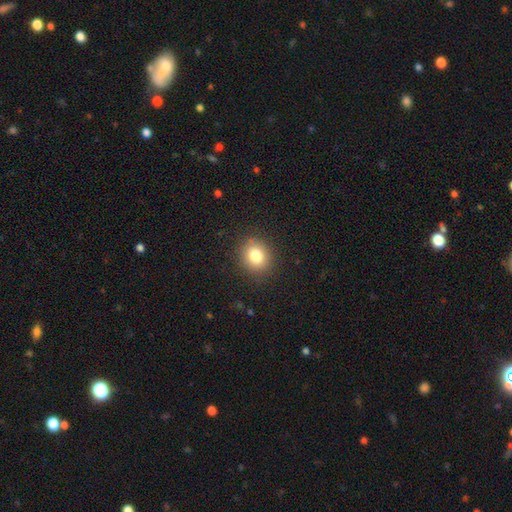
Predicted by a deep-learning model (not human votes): smooth_or_featured: smooth (p=0.80) [alt: star or artifact p=0.11]
how_rounded: round (p=0.72) [alt: in between p=0.27]
merging: none (p=0.88) [alt: minor disturbance p=0.08]